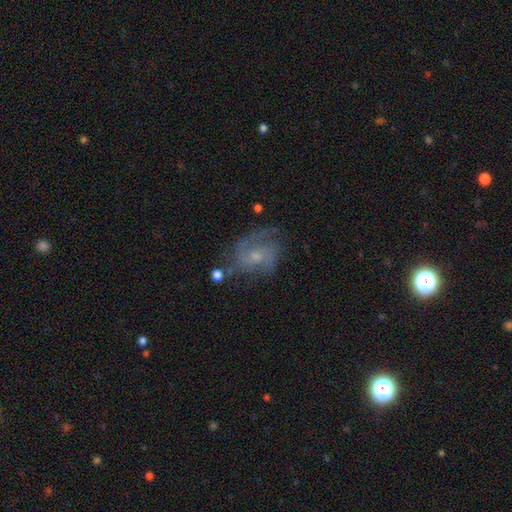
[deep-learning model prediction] This appears to be a featured or disk galaxy (77%) with no bar (63%), 2 (40%) medium (47%) spiral arms (91%) and a small central bulge (58%). Merging: none (61%).